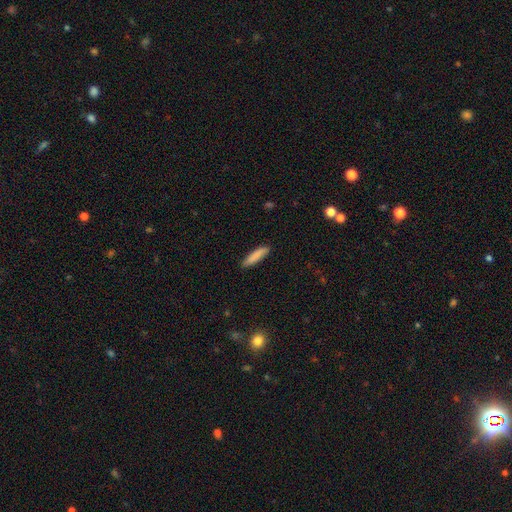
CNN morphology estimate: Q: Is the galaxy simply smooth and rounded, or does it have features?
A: smooth — 86%.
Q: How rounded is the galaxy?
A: cigar-shaped — 82%.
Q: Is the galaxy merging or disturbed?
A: none — 88%.